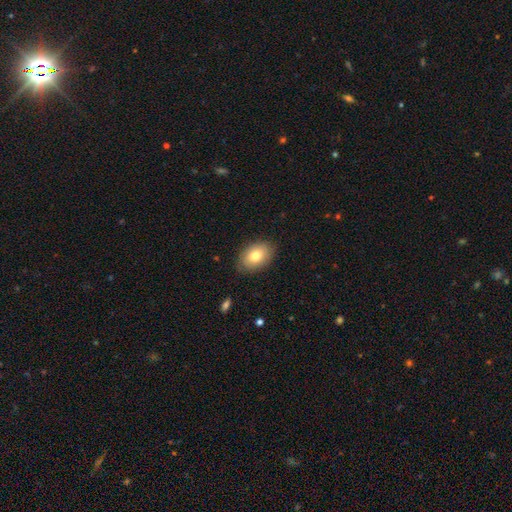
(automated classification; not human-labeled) smooth_or_featured: smooth (p=0.78) [alt: featured or disk p=0.15]
how_rounded: in between (p=0.85) [alt: round p=0.14]
merging: none (p=0.85) [alt: minor disturbance p=0.12]